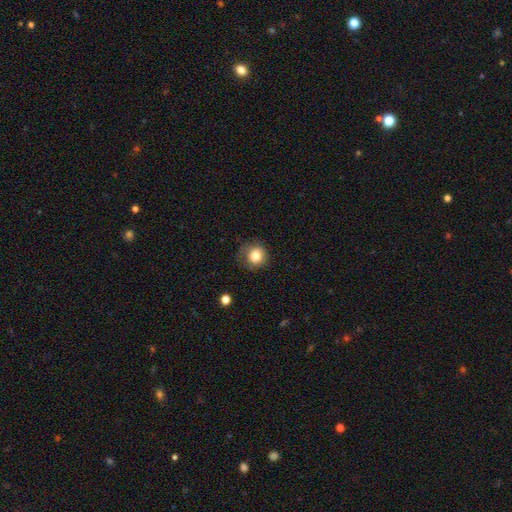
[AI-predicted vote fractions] Smooth or featured? Predicted: smooth (p=0.81). How rounded? Predicted: round (p=0.88). Merging? Predicted: none (p=0.66).